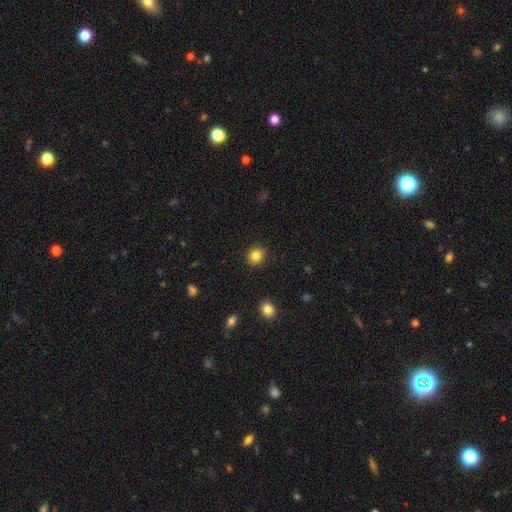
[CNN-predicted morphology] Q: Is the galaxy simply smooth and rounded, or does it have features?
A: smooth — 84%.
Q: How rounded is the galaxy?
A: round — 84%.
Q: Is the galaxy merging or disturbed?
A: none — 91%.